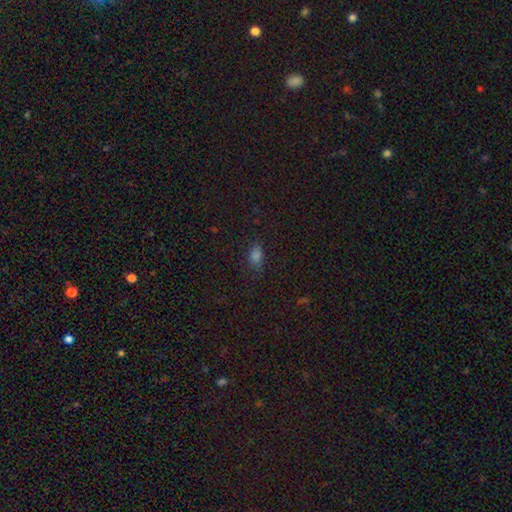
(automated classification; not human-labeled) The model was most divided on "smooth or featured": smooth: 77%, star or artifact: 18%, featured or disk: 5%. More confident: how rounded — in between (84%); merging — none (77%).